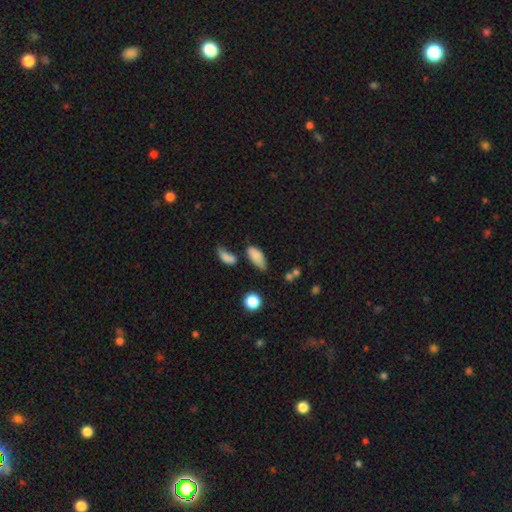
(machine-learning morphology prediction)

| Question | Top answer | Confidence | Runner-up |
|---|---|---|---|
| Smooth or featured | smooth | 79% | featured or disk (10%) |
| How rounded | in between | 83% | cigar-shaped (13%) |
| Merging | none | 45% | minor disturbance (30%) |